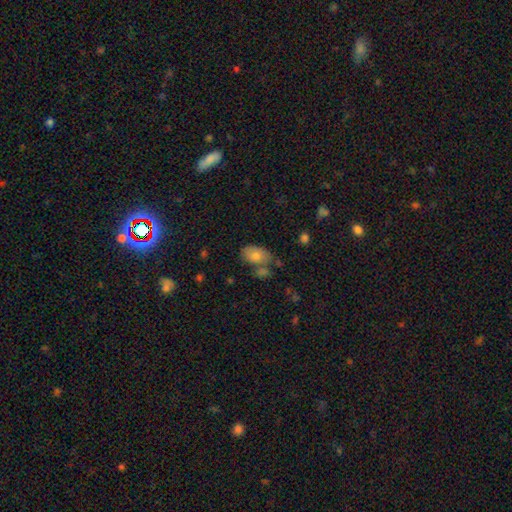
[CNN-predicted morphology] Smooth or featured?
  - smooth: 74% *
  - featured or disk: 17%
  - star or artifact: 9%
How rounded?
  - in between: 87% *
  - round: 11%
  - cigar-shaped: 2%
Merging?
  - none: 56% *
  - minor disturbance: 20%
  - merger: 19%
  - major disturbance: 6%